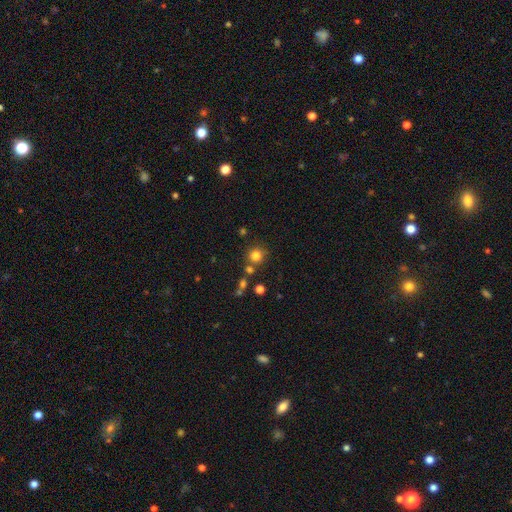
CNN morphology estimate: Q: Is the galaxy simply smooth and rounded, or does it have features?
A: smooth — 80%.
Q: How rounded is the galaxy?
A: round — 90%.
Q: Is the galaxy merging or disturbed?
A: none — 74%.